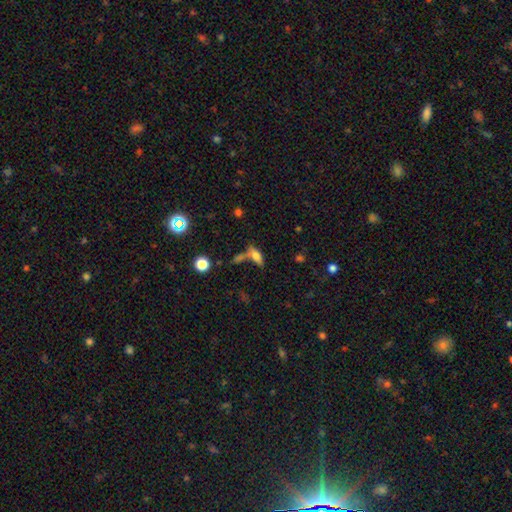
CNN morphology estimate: type=smooth (64%); roundness=in between (68%); merging=none (46%).